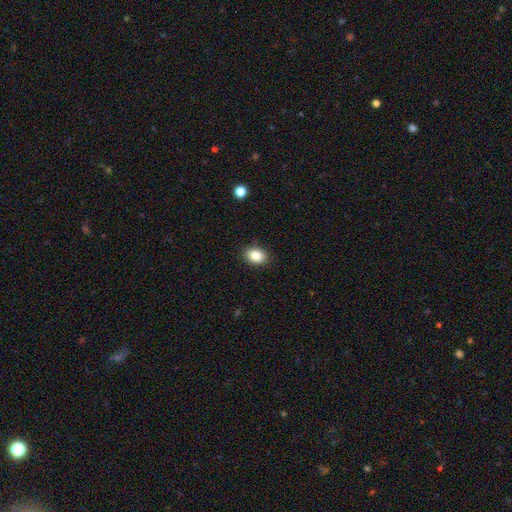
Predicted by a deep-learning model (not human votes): Smooth or featured: smooth — 85% (star or artifact — 9%)
How rounded: in between — 70% (round — 29%)
Merging: none — 88% (minor disturbance — 9%)